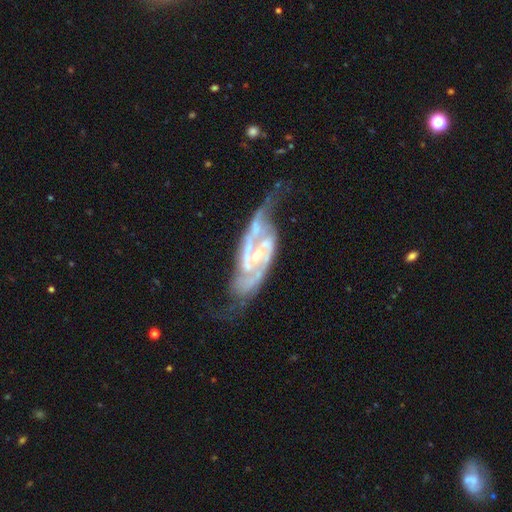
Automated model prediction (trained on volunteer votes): Smooth or featured: featured or disk — 90% (star or artifact — 5%)
Edge-on disk: no — 94% (yes — 6%)
Bar: weak — 40% (no — 34%)
Spiral arms: yes — 96% (no — 4%)
Spiral winding: medium — 48% (tight — 35%)
Spiral arm count: 2 — 79% (can't tell — 8%)
Bulge size: small — 55% (moderate — 38%)
Merging: none — 48% (minor disturbance — 23%)